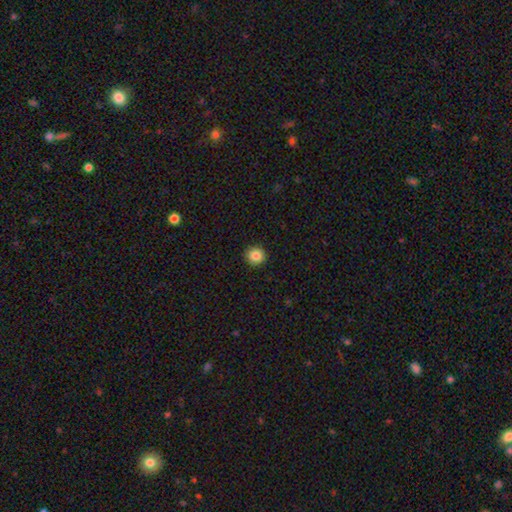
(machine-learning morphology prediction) Q: Smooth or featured?
A: smooth (85%); runner-up: star or artifact (10%)
Q: How rounded?
A: round (93%); runner-up: in between (6%)
Q: Merging?
A: none (92%); runner-up: minor disturbance (5%)